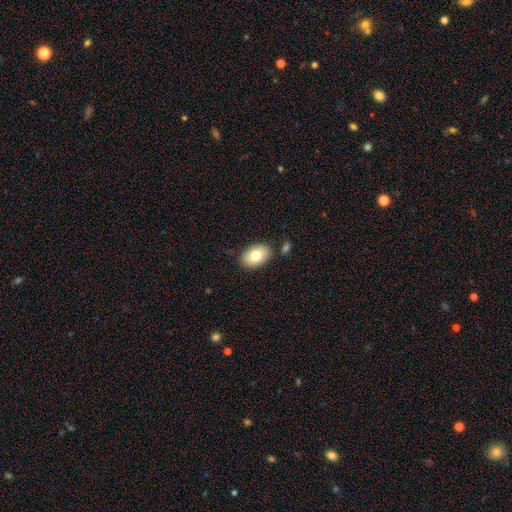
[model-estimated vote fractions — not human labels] Smooth or featured: smooth — 77% (featured or disk — 16%)
How rounded: in between — 84% (round — 15%)
Merging: none — 84% (minor disturbance — 10%)